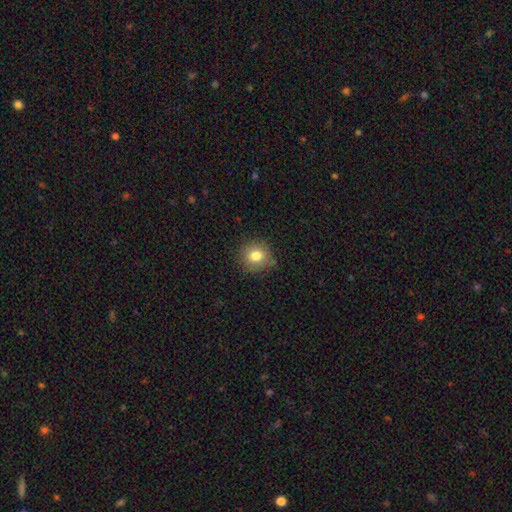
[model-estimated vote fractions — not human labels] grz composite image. It shows a smooth galaxy with no disk features (80%) that is round (87%). Merging: none (80%).